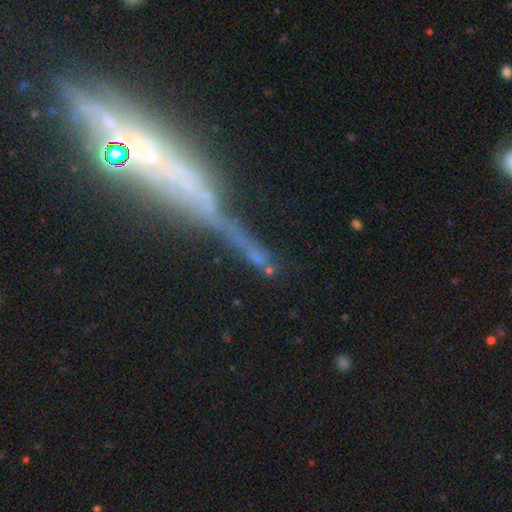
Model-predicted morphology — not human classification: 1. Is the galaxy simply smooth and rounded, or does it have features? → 39% star or artifact, 34% smooth, 27% featured or disk.